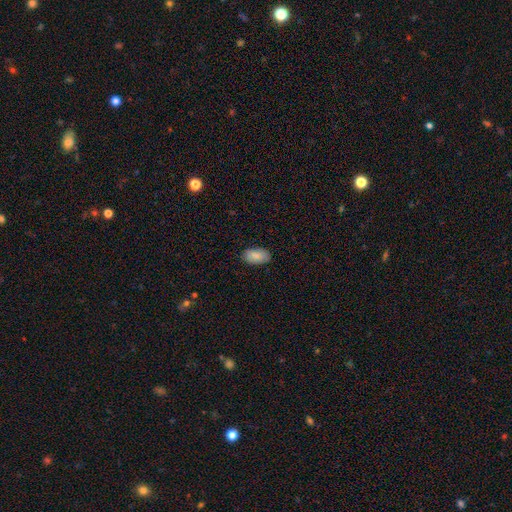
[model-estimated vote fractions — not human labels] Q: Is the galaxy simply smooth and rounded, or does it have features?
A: smooth — 84%.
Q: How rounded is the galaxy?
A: in between — 94%.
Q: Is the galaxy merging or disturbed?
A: none — 86%.